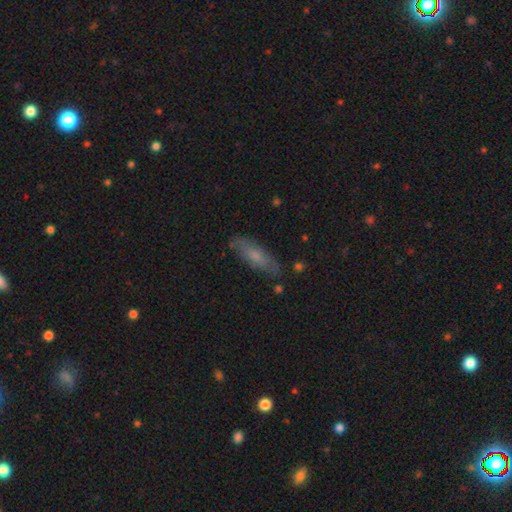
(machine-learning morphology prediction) A smooth galaxy with no disk features (64%) that is in between round and cigar-shaped (51%). Merging: none (77%).